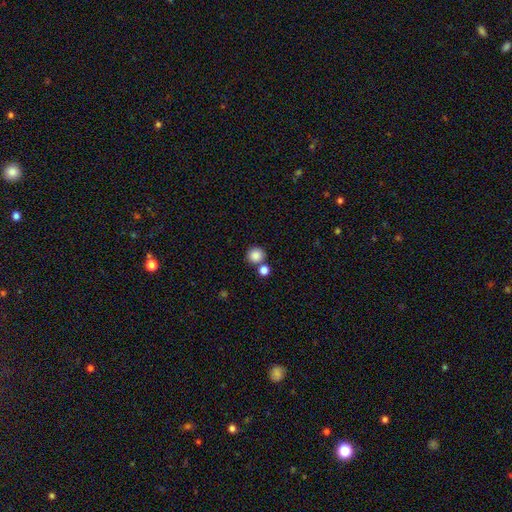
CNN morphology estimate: This is clearly a smooth galaxy (86%). How rounded: clearly round (93%). Merging: likely none (72%).